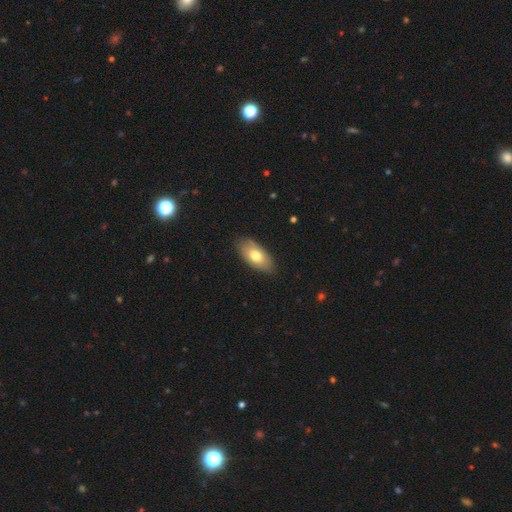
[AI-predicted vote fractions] The model was most divided on "smooth or featured": smooth: 72%, featured or disk: 22%, star or artifact: 6%. More confident: how rounded — in between (91%); merging — none (84%).